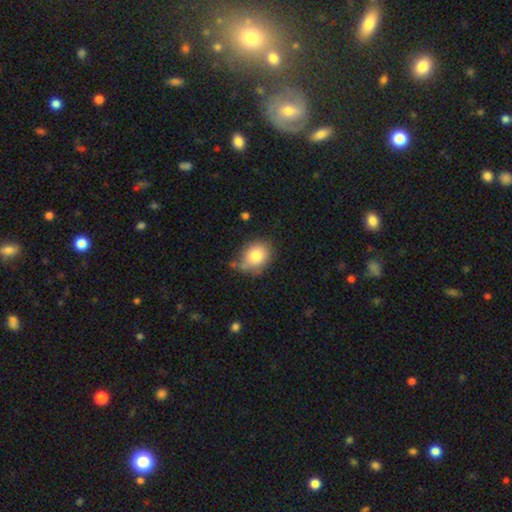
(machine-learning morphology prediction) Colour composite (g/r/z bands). It shows a smooth galaxy with no disk features (79%) that is round (58%). Merging: none (65%).